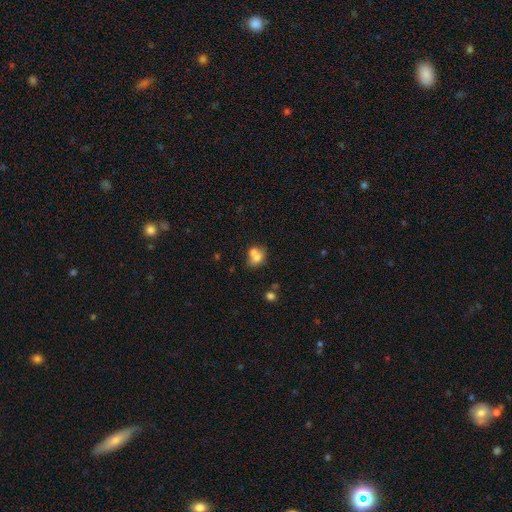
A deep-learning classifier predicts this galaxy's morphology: Smooth or featured?
  - smooth: 66% *
  - featured or disk: 23%
  - star or artifact: 11%
How rounded?
  - round: 54% *
  - in between: 45%
  - cigar-shaped: 1%
Merging?
  - merger: 54% *
  - none: 32%
  - minor disturbance: 9%
  - major disturbance: 5%